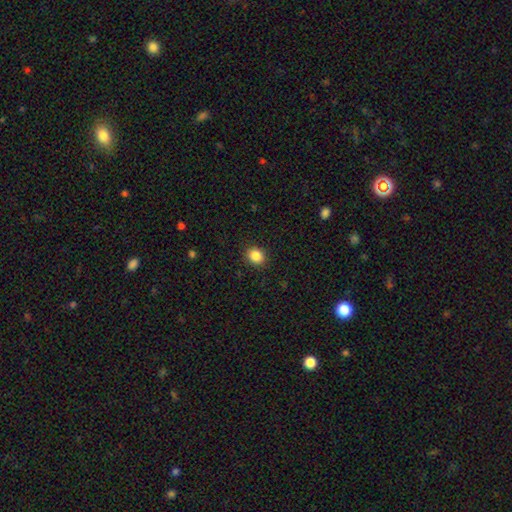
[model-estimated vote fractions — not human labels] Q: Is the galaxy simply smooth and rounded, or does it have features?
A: smooth — 86%.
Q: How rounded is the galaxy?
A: round — 69%.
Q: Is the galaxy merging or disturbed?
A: none — 90%.